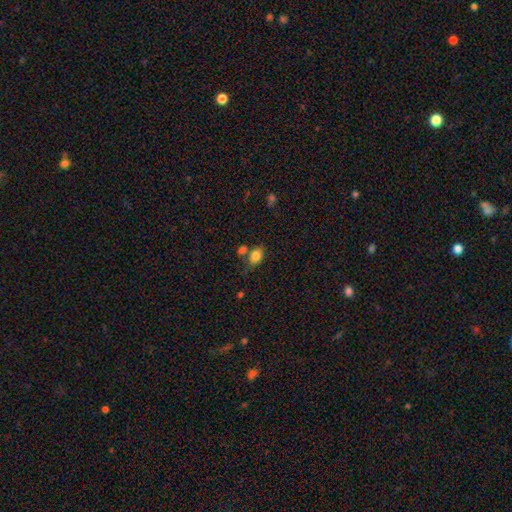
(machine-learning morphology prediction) A smooth galaxy with no disk features (83%) that is in between round and cigar-shaped (82%). Merging: none (56%).